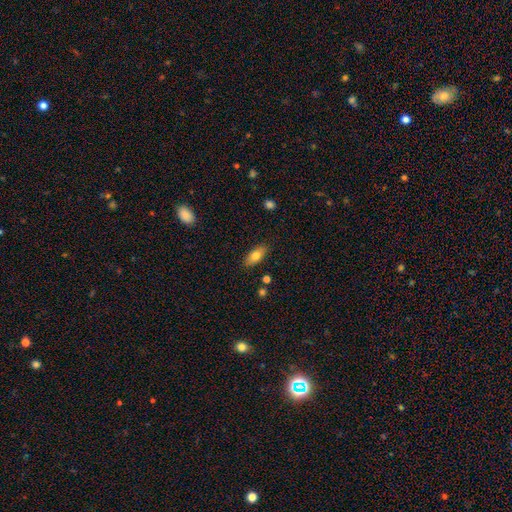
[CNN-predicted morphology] smooth 77%, featured or disk 15%, star or artifact 8%. Down the decision tree: how rounded — in between (86%); merging — none (86%).